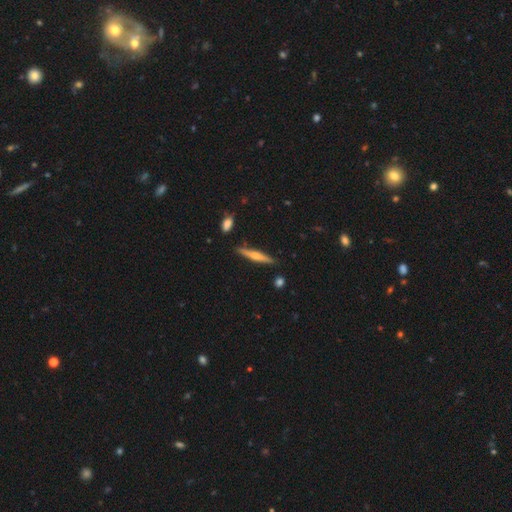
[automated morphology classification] type=featured or disk (56%); edge-on=yes (97%); edge-on bulge=rounded (80%); merging=none (87%).